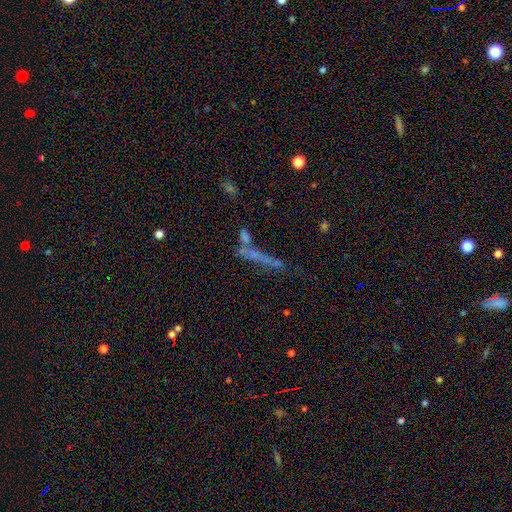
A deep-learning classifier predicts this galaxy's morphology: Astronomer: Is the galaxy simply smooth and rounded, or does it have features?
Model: smooth — 39% (runner-up: featured or disk, 38%).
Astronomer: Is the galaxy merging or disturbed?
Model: none — 55%.